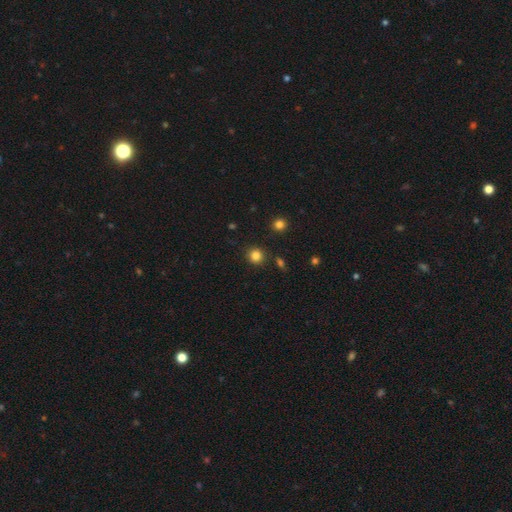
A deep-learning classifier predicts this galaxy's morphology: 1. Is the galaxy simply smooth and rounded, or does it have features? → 83% smooth, 13% star or artifact, 4% featured or disk.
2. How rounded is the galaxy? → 91% round, 8% in between, 1% cigar-shaped.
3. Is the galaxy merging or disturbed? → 88% none, 7% minor disturbance, 3% merger, 2% major disturbance.